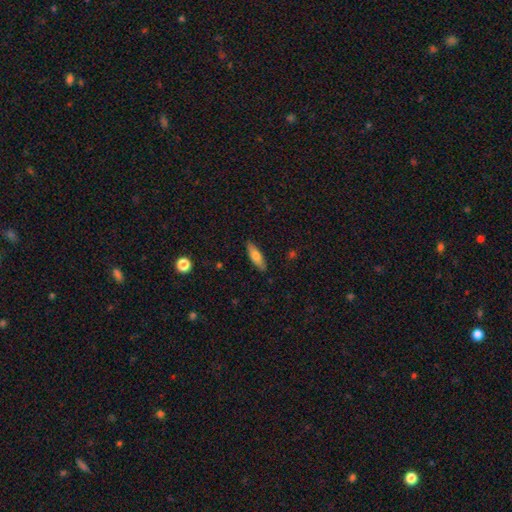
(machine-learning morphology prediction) Q: Smooth or featured?
A: smooth (73%); runner-up: featured or disk (20%)
Q: How rounded?
A: cigar-shaped (49%); tied with: in between (49%)
Q: Merging?
A: none (88%); runner-up: minor disturbance (9%)